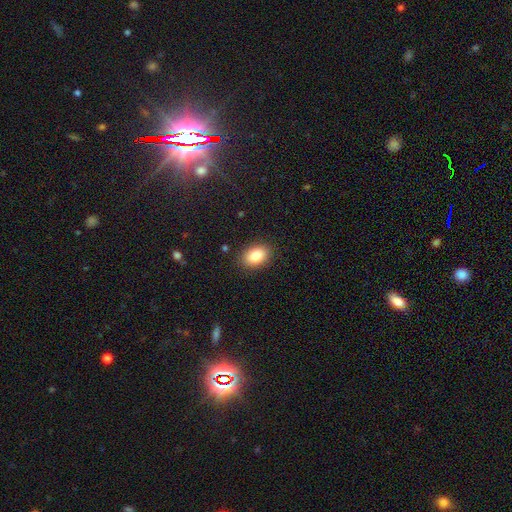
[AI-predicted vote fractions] A smooth galaxy with no disk features (85%) that is in between round and cigar-shaped (85%).

Vote fractions:
- Smooth or featured? smooth: 85% / star or artifact: 8% / featured or disk: 7%
- How rounded? in between: 85% / round: 14% / cigar-shaped: 1%
- Merging? none: 87% / minor disturbance: 9% / major disturbance: 3% / merger: 1%